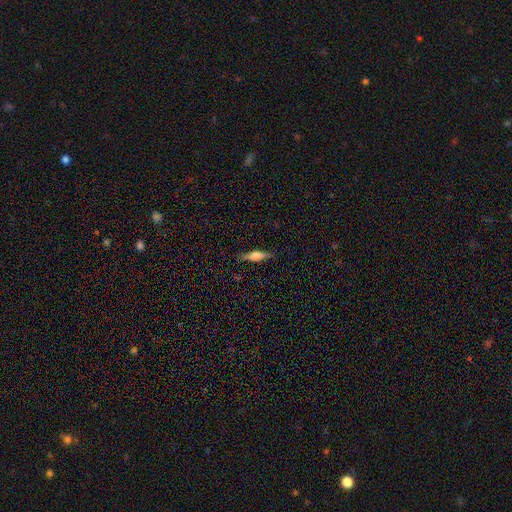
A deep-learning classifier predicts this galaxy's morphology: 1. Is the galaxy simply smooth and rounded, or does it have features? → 53% featured or disk, 40% smooth, 7% star or artifact.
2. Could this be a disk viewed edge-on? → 96% yes, 4% no.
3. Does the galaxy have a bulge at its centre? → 84% rounded, 12% boxy, 4% none.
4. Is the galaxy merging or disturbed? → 87% none, 10% minor disturbance, 2% major disturbance, 1% merger.